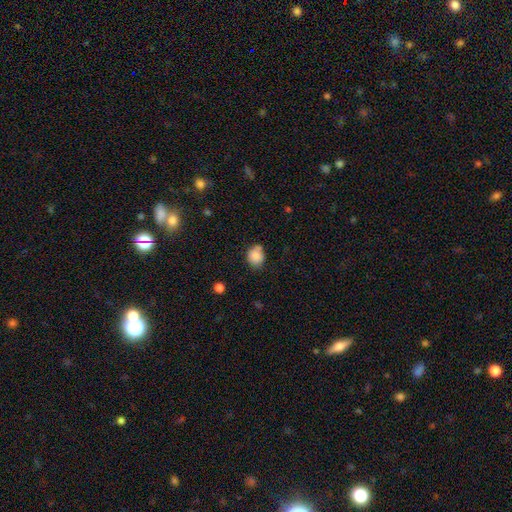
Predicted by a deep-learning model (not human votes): Smooth or featured? smooth (85%)
How rounded? round (68%)
Merging? none (66%)